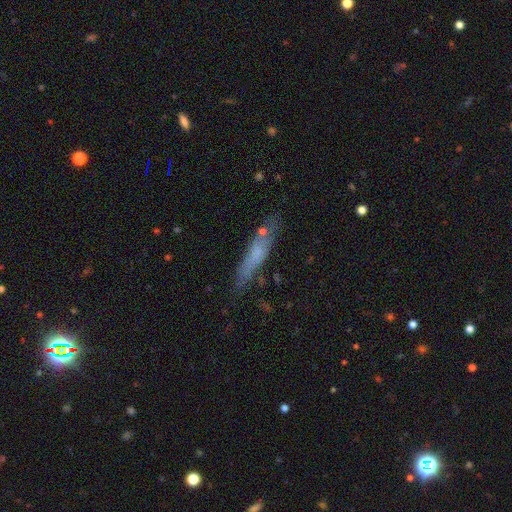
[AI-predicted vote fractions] Smooth or featured: smooth — 60% (featured or disk — 32%)
How rounded: cigar-shaped — 82% (in between — 16%)
Merging: none — 66% (minor disturbance — 21%)